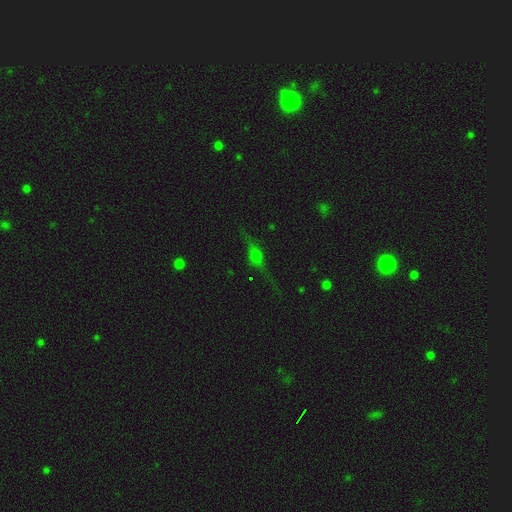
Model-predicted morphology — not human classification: Smooth or featured: featured or disk — 56% (smooth — 28%)
Edge-on disk: yes — 87% (no — 13%)
Merging: none — 75% (minor disturbance — 15%)